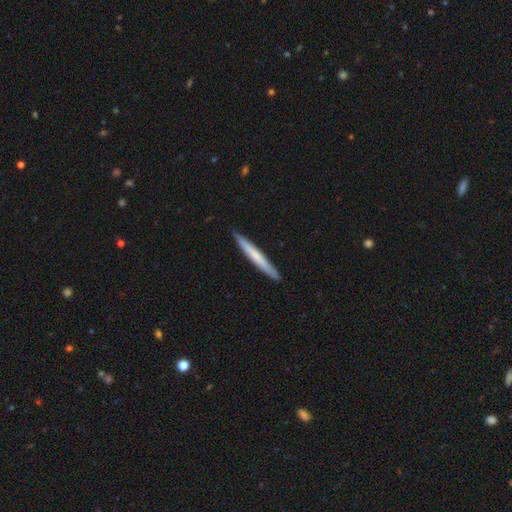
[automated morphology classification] This is likely a smooth galaxy (61%). How rounded: clearly cigar-shaped (97%). Merging: clearly none (92%).